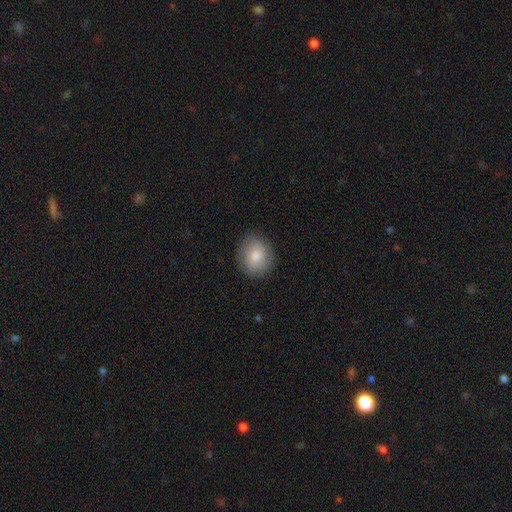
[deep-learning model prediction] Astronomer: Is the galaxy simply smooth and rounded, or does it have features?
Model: smooth — 77%.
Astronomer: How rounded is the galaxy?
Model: round — 71%.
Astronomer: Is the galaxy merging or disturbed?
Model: none — 87%.